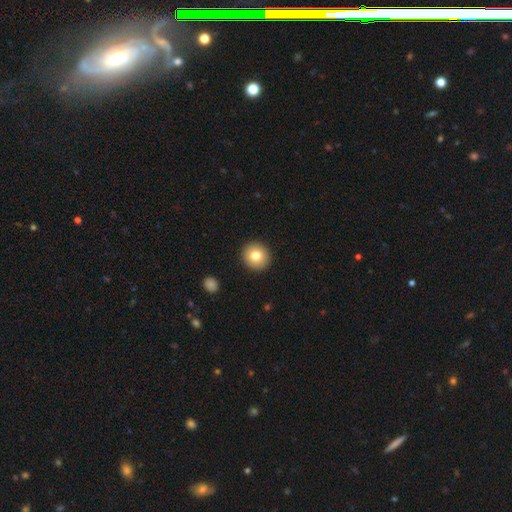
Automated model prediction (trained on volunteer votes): The model was most divided on "smooth or featured": smooth: 79%, featured or disk: 12%, star or artifact: 9%. More confident: merging — none (92%); how rounded — round (92%).